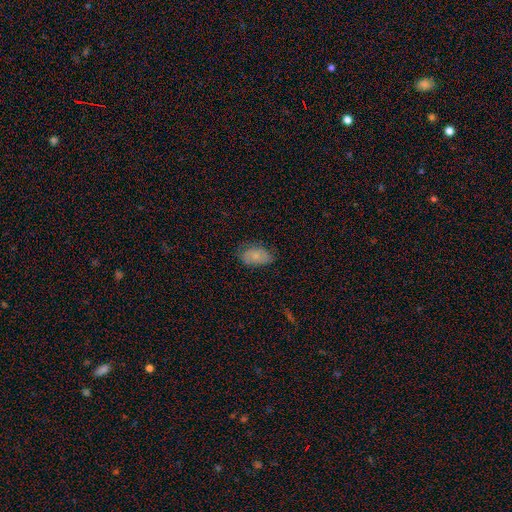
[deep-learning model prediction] Smooth or featured? smooth (71%)
How rounded? in between (90%)
Merging? none (68%)